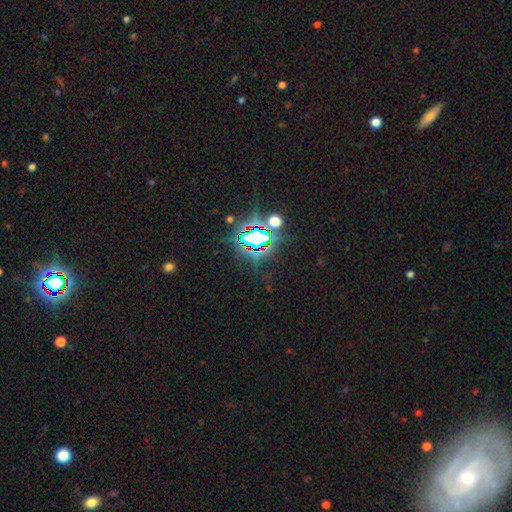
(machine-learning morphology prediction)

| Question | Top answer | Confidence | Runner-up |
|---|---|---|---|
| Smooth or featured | star or artifact | 78% | smooth (12%) |